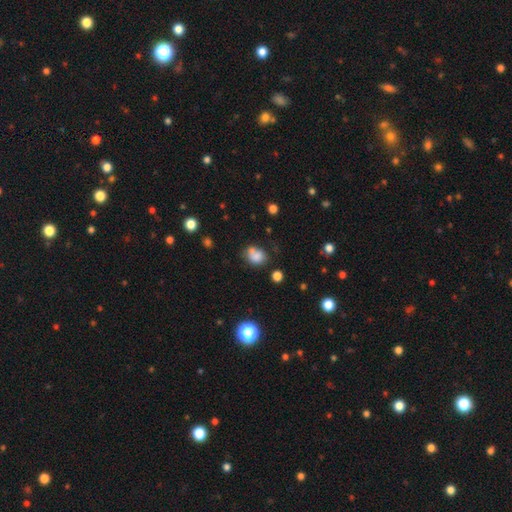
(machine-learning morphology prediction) Smooth or featured? smooth (78%)
How rounded? round (50%)
Merging? none (48%)